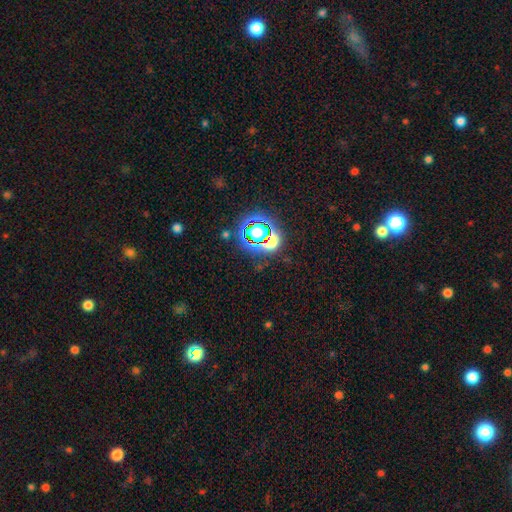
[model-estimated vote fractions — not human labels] A star or artifact, not a galaxy (77%).